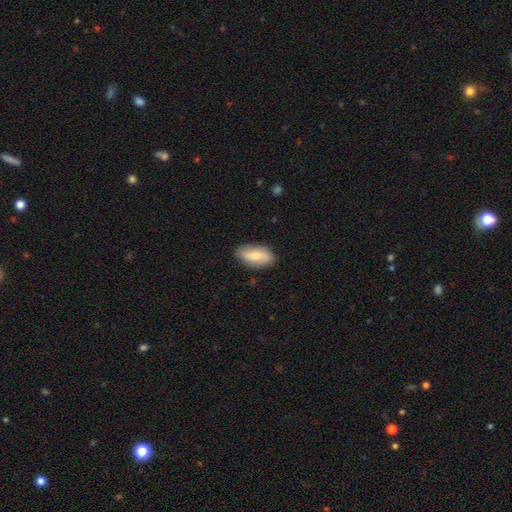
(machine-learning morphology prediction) A smooth galaxy with no disk features (65%) that is in between round and cigar-shaped (90%). Merging: none (85%).